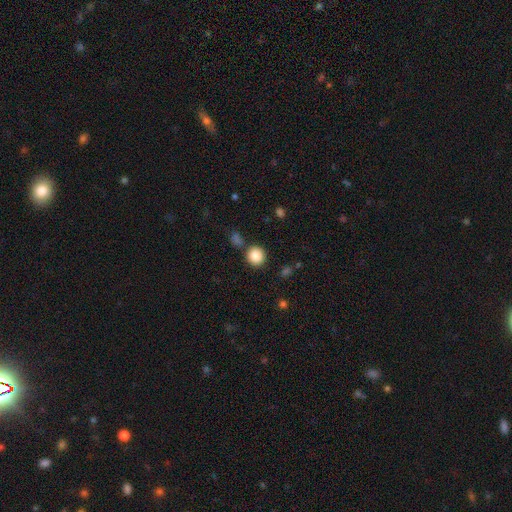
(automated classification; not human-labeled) Smooth or featured?
  - smooth: 85% *
  - star or artifact: 10%
  - featured or disk: 5%
How rounded?
  - round: 91% *
  - in between: 8%
  - cigar-shaped: 1%
Merging?
  - none: 83% *
  - minor disturbance: 8%
  - merger: 6%
  - major disturbance: 3%